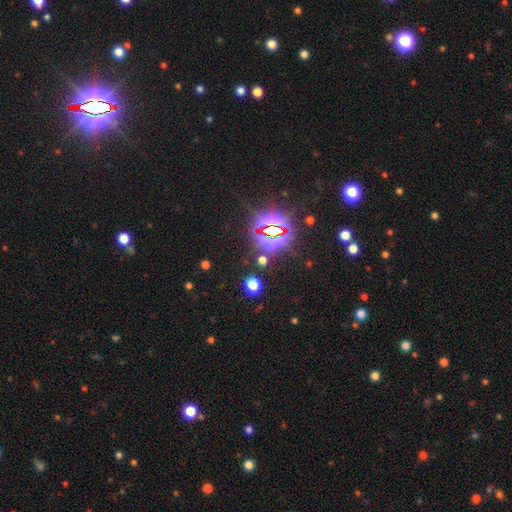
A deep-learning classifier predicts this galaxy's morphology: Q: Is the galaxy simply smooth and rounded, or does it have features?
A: star or artifact — 85%.